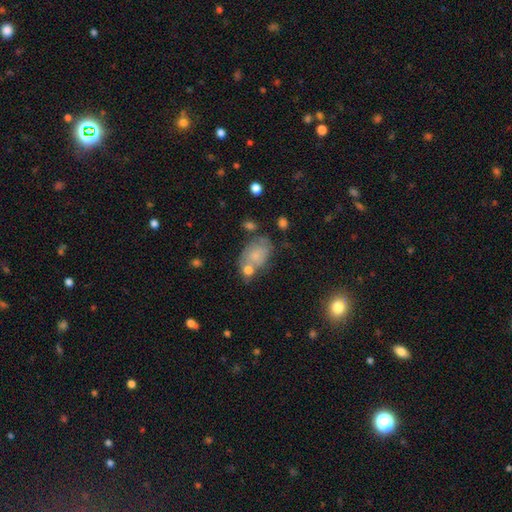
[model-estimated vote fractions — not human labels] Morphology: type=smooth (62%); roundness=in between (81%); merging=none (39%).